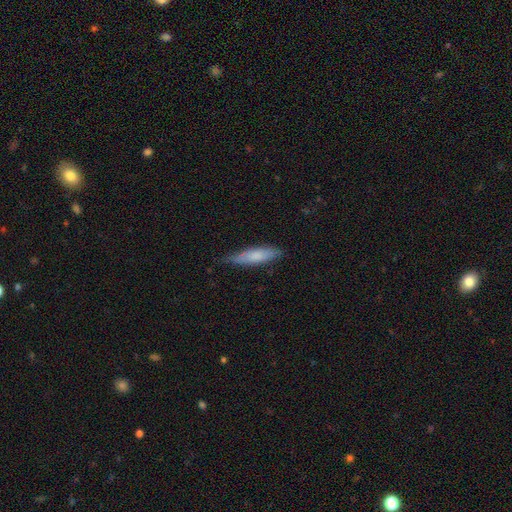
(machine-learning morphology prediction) Overall: smooth (73%). How rounded: cigar-shaped (71%). Merging: none (73%).